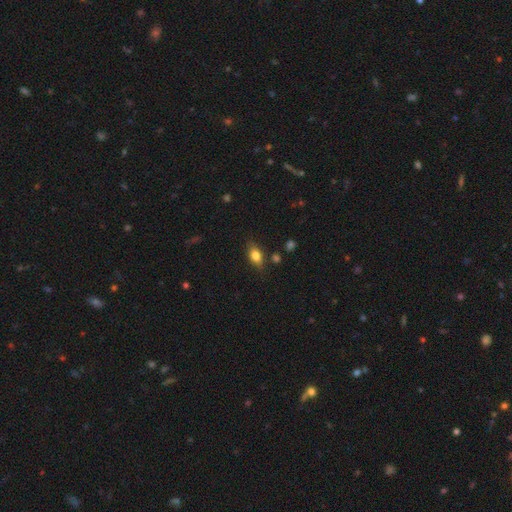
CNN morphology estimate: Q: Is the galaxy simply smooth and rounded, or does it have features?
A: smooth — 73%.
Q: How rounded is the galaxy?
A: in between — 79%.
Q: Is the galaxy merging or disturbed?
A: none — 78%.